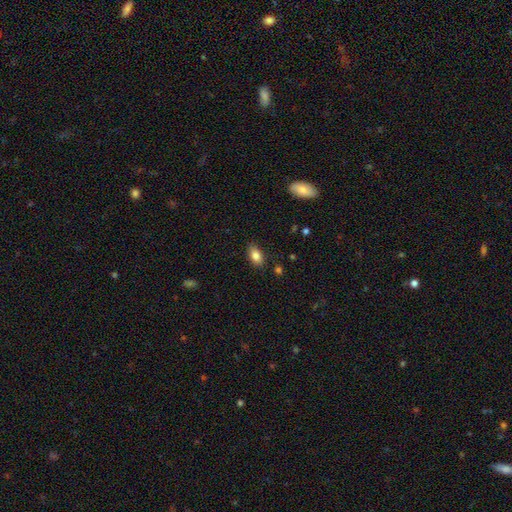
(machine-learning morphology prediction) This appears to be a smooth galaxy with no disk features (83%) that is in between round and cigar-shaped (90%). Merging: none (85%).